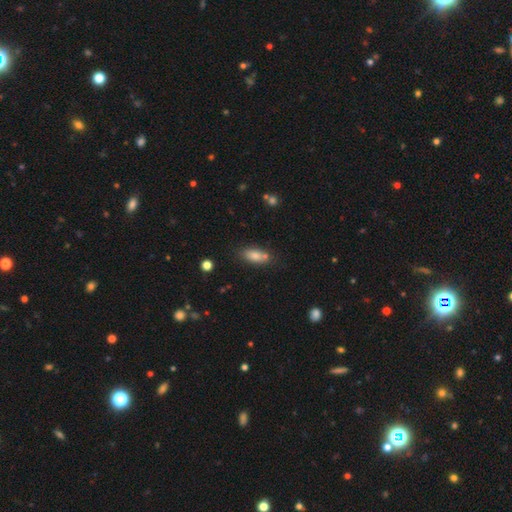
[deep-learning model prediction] A smooth galaxy with no disk features (79%) that is in between round and cigar-shaped (81%).

Vote fractions:
- Smooth or featured? smooth: 79% / featured or disk: 12% / star or artifact: 9%
- How rounded? in between: 81% / cigar-shaped: 14% / round: 4%
- Merging? none: 64% / merger: 17% / minor disturbance: 15% / major disturbance: 4%